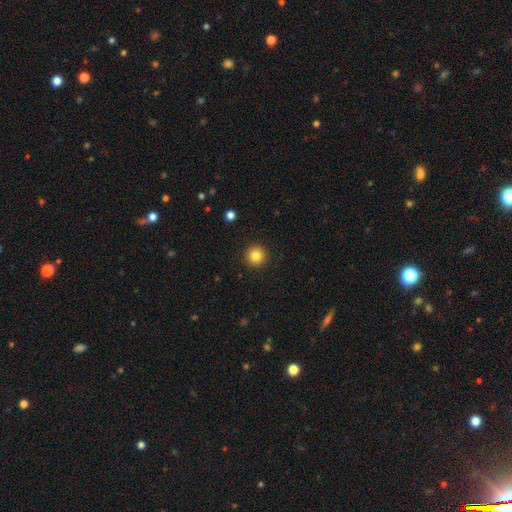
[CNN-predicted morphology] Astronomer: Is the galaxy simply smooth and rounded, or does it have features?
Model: smooth — 84%.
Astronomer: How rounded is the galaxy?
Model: round — 95%.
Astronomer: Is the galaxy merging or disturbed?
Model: none — 93%.